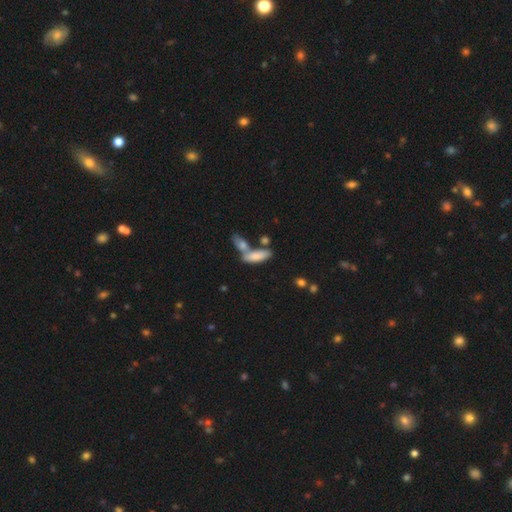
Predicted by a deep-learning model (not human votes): The model was most divided on "merging": merger: 42%, none: 40%, minor disturbance: 12%, major disturbance: 6%. More confident: smooth or featured — smooth (78%); how rounded — in between (60%).